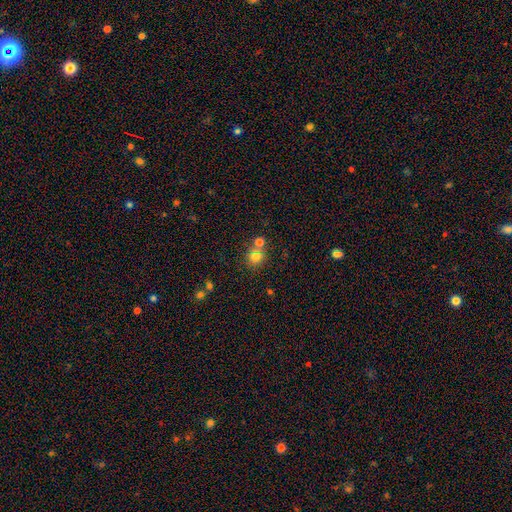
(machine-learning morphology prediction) This appears to be a smooth galaxy with no disk features (76%) that is round (85%). Merging: none (59%).